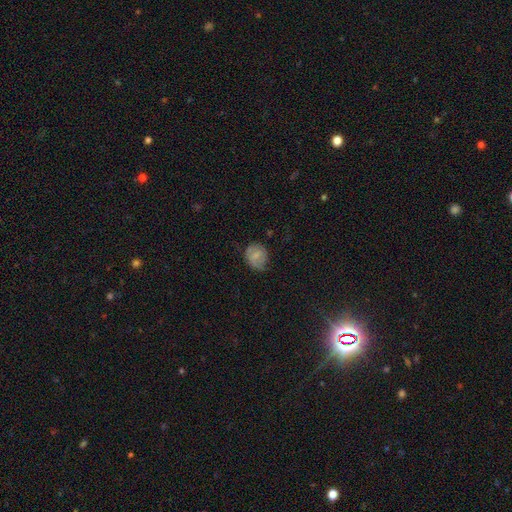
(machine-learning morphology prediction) type=smooth (63%); roundness=round (64%); merging=none (54%).